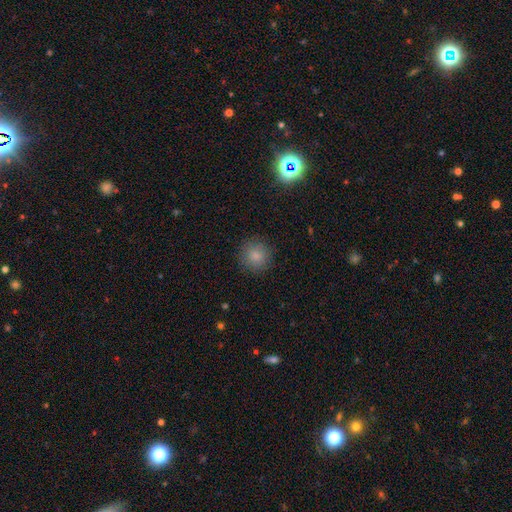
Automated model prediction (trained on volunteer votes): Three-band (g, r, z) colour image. It shows a smooth galaxy with no disk features (84%) that is round (93%). Merging: none (89%).